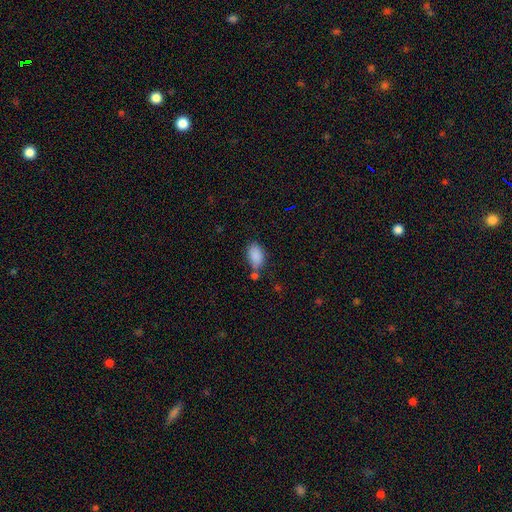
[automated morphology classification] This is clearly a smooth galaxy (88%). How rounded: clearly in between (90%). Merging: likely none (61%).